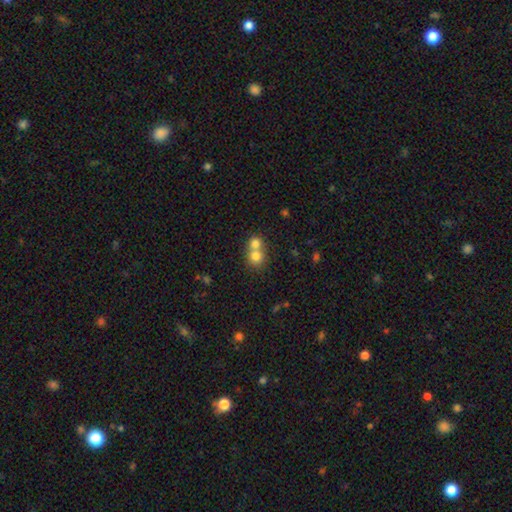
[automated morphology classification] This is likely a smooth galaxy (77%). How rounded: clearly round (83%). Merging: likely merger (61%).